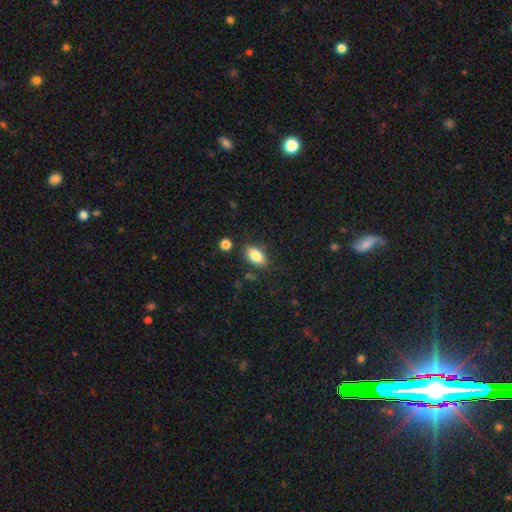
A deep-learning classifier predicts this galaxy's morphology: Smooth or featured: smooth — 83% (featured or disk — 9%)
How rounded: in between — 89% (round — 7%)
Merging: none — 81% (minor disturbance — 12%)